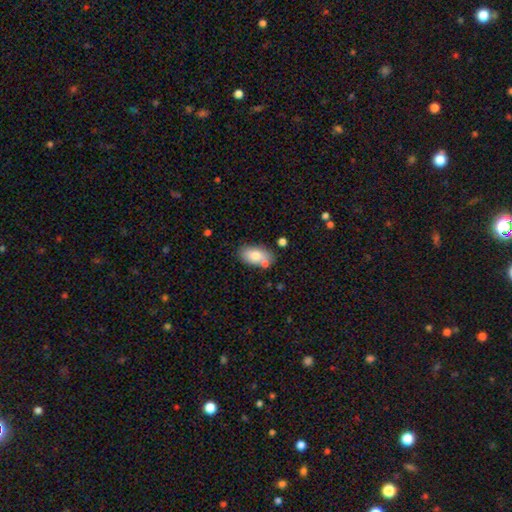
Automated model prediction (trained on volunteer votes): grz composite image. It shows a smooth galaxy with no disk features (78%) that is in between round and cigar-shaped (92%). Merging: none (65%).